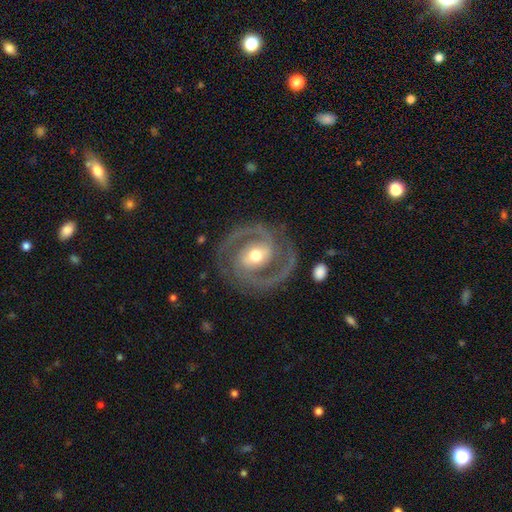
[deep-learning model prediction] The model was most divided on "spiral winding": medium: 47%, tight: 45%, loose: 8%. Remaining: edge-on disk — no (98%); spiral arms — yes (97%); smooth or featured — featured or disk (90%); spiral arm count — 2 (90%); merging — none (82%); bulge size — moderate (71%); bar — weak (40%).